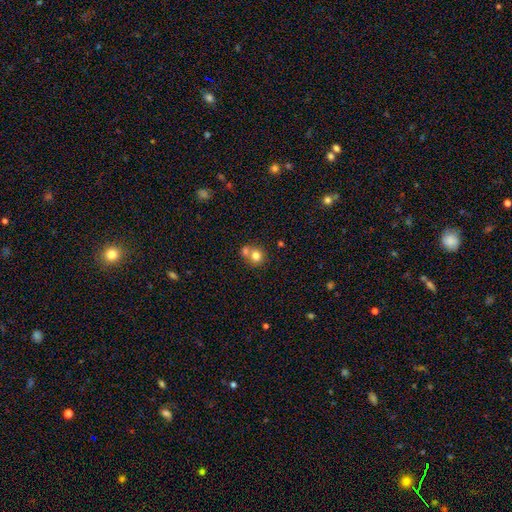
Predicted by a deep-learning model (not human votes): smooth-or-featured: smooth: 77% | featured or disk: 13% | star or artifact: 11%
  how-rounded: round: 84% | in between: 15% | cigar-shaped: 1%
  merging: merger: 48% | none: 42% | minor disturbance: 7% | major disturbance: 3%